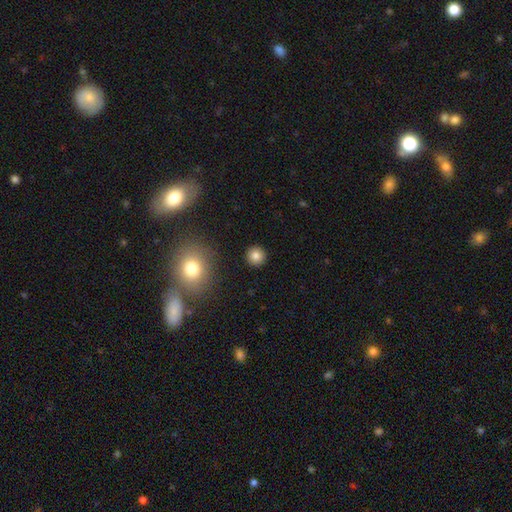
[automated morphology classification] Smooth or featured? Predicted: smooth (p=0.83). How rounded? Predicted: round (p=0.94). Merging? Predicted: none (p=0.92).